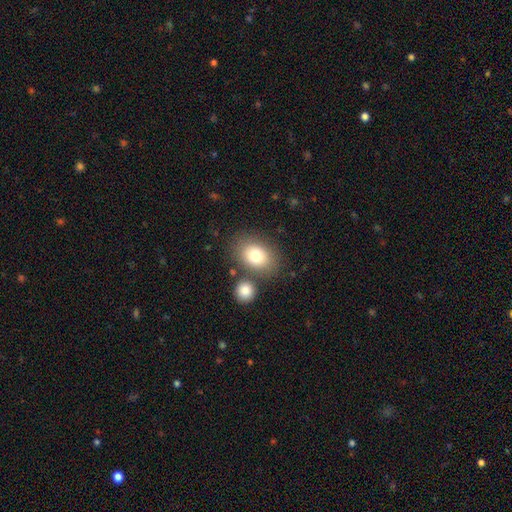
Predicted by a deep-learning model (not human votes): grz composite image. It shows a smooth galaxy with no disk features (78%) that is in between round and cigar-shaped (69%). Merging: none (69%).